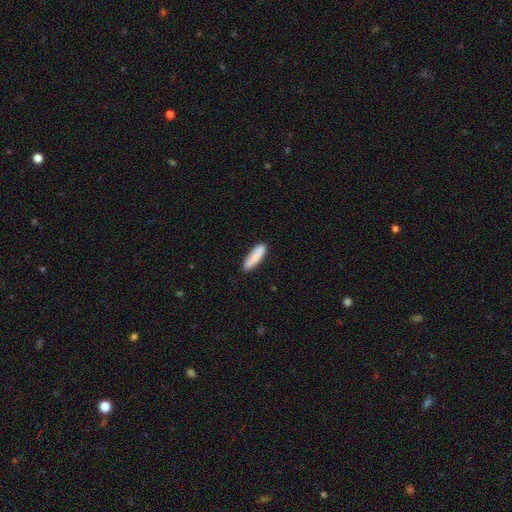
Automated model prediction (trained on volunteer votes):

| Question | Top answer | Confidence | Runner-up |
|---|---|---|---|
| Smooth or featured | smooth | 88% | featured or disk (7%) |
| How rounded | cigar-shaped | 60% | in between (38%) |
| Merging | none | 82% | minor disturbance (14%) |